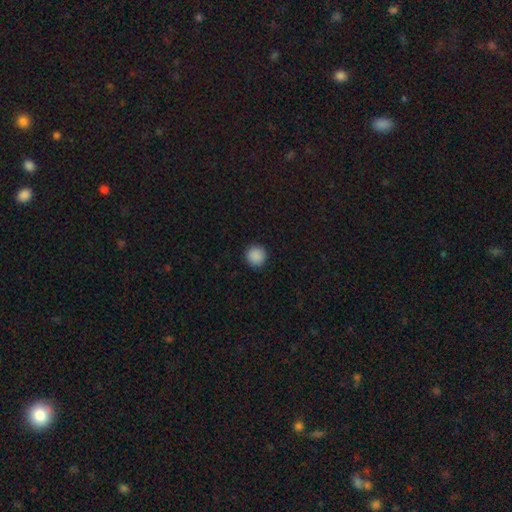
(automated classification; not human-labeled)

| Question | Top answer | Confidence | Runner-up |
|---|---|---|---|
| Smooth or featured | smooth | 89% | star or artifact (8%) |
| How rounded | round | 95% | in between (4%) |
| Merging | none | 93% | minor disturbance (5%) |